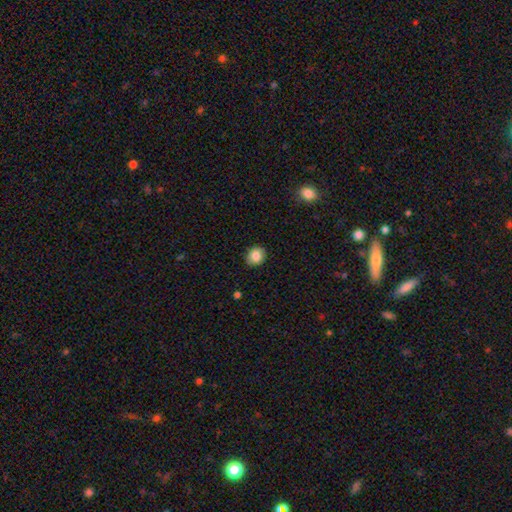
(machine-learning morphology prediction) This is clearly a smooth galaxy (85%). How rounded: likely round (69%). Merging: clearly none (87%).